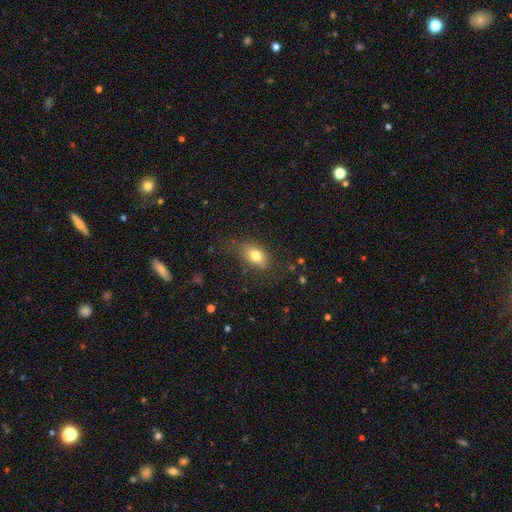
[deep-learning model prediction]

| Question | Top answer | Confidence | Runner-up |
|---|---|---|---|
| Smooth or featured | smooth | 78% | featured or disk (12%) |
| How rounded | in between | 85% | round (13%) |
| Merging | none | 72% | minor disturbance (19%) |